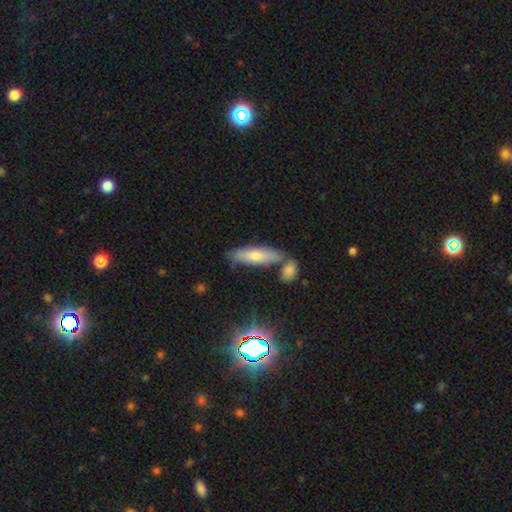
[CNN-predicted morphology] Smooth or featured: smooth — 64% (featured or disk — 25%)
How rounded: cigar-shaped — 59% (in between — 39%)
Merging: none — 70% (merger — 15%)